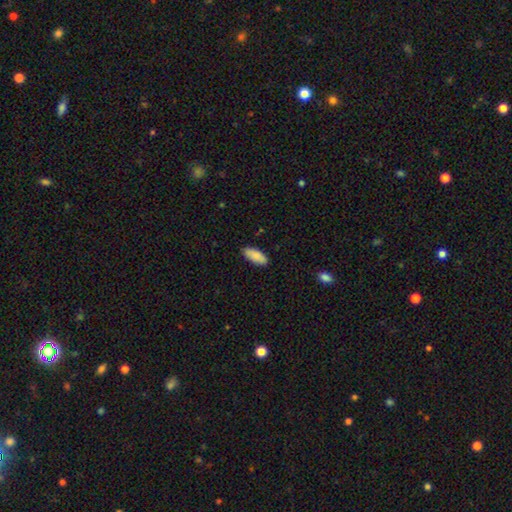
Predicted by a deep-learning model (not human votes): The model was most divided on "how rounded": in between: 83%, cigar-shaped: 15%, round: 2%. More confident: smooth or featured — smooth (89%); merging — none (87%).